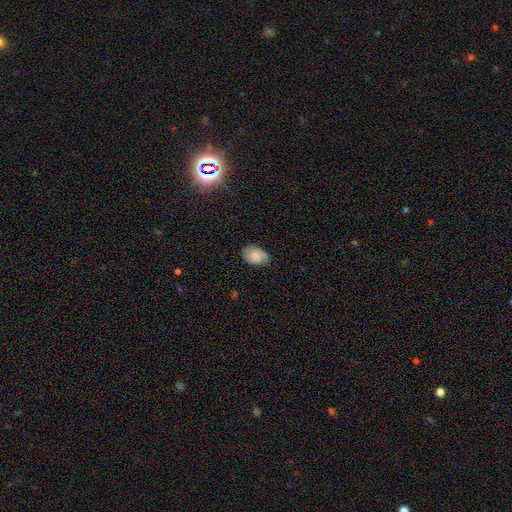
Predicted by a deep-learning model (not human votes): smooth-or-featured: smooth: 62% | featured or disk: 29% | star or artifact: 9%
  how-rounded: in between: 84% | round: 15% | cigar-shaped: 1%
  merging: none: 71% | minor disturbance: 22% | major disturbance: 5% | merger: 1%